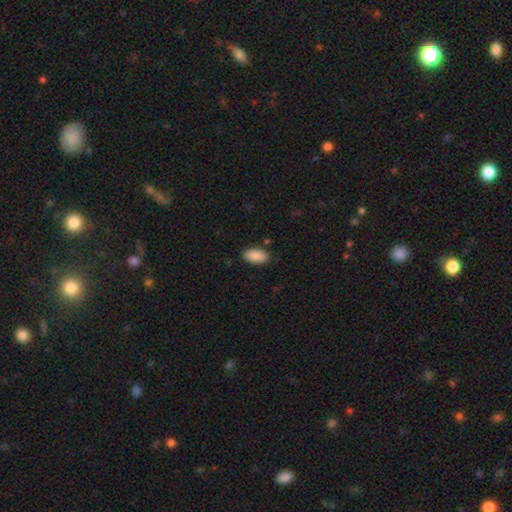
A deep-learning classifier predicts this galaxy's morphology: smooth-or-featured: smooth: 90% | star or artifact: 6% | featured or disk: 4%
  how-rounded: in between: 94% | cigar-shaped: 4% | round: 2%
  merging: none: 86% | minor disturbance: 10% | major disturbance: 2% | merger: 2%